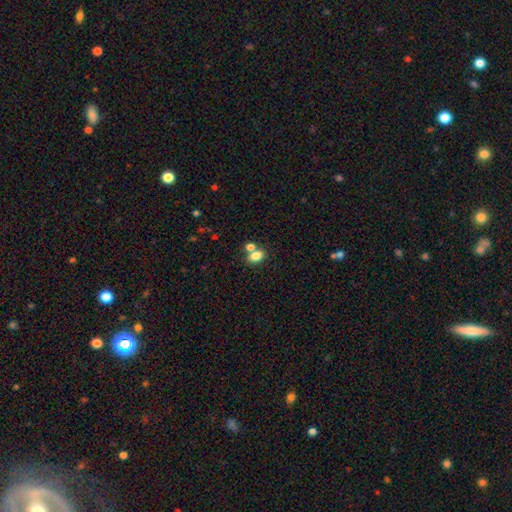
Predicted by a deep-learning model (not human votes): A smooth galaxy with no disk features (81%) that is in between round and cigar-shaped (80%). Merging: none (49%).